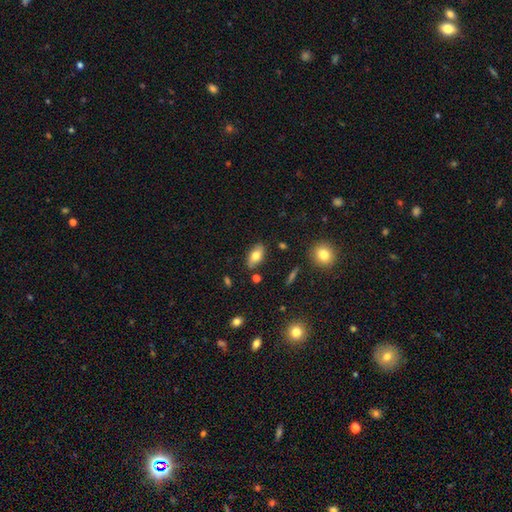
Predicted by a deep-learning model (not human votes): Morphology: type=smooth (71%); roundness=in between (89%); merging=none (83%).